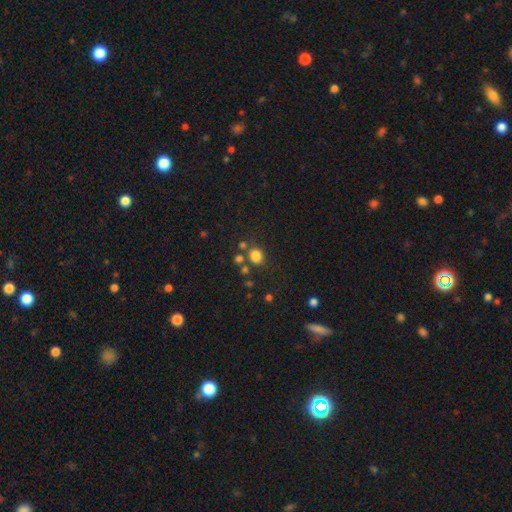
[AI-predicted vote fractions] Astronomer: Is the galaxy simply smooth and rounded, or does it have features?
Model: smooth — 80%.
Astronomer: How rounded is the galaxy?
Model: round — 68%.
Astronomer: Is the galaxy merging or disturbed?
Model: none — 71%.